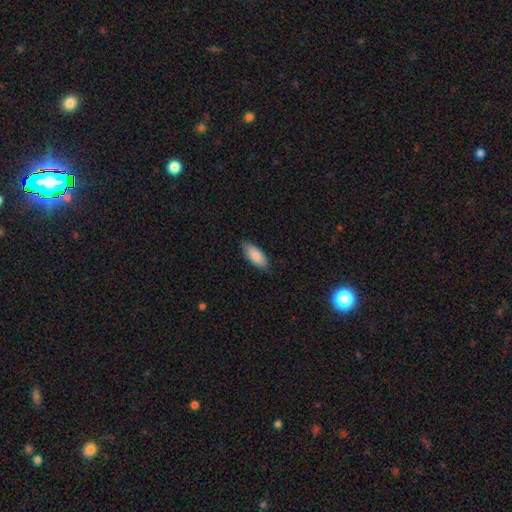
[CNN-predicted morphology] This is clearly a smooth galaxy (87%). How rounded: clearly in between (84%). Merging: clearly none (82%).